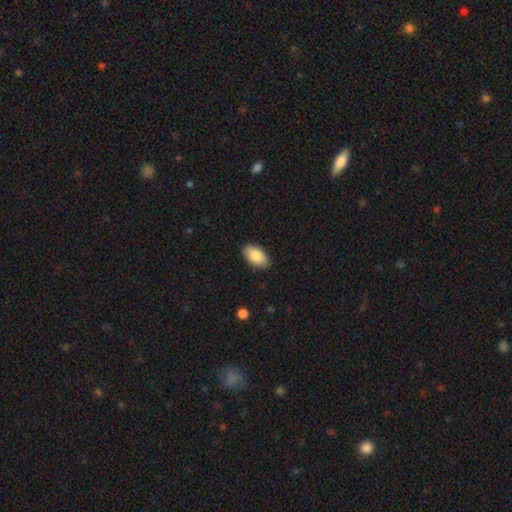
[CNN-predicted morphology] smooth_or_featured: smooth (p=0.86) [alt: featured or disk p=0.08]
how_rounded: in between (p=0.94) [alt: round p=0.04]
merging: none (p=0.87) [alt: minor disturbance p=0.10]